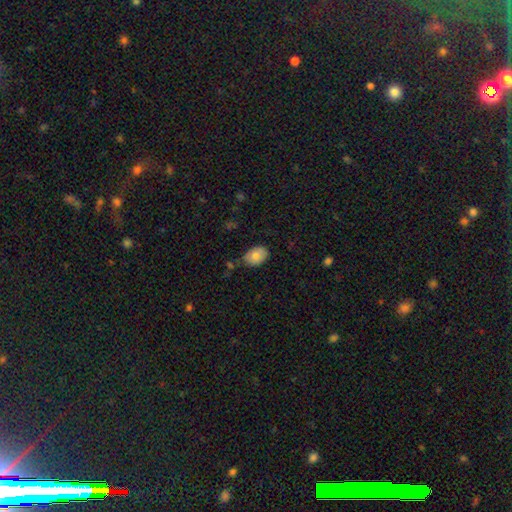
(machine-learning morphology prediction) This appears to be a smooth galaxy with no disk features (78%) that is in between round and cigar-shaped (81%). Merging: none (67%).